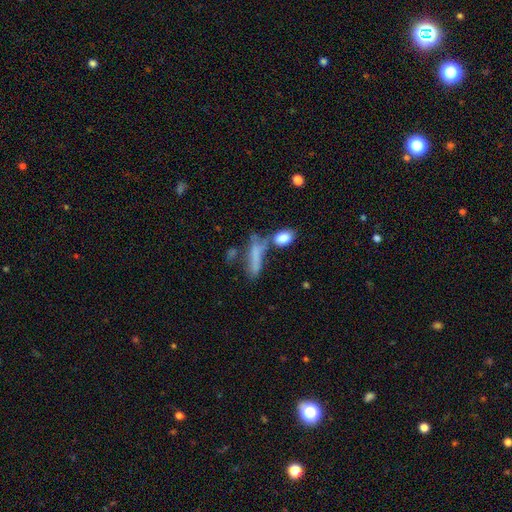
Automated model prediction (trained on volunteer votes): Overall: smooth (64%; featured or disk 24%). How rounded: cigar-shaped (57%; in between 38%). Merging: none (36%; merger 32%).